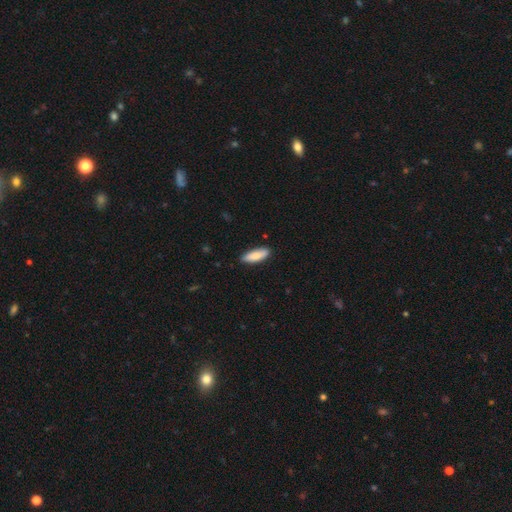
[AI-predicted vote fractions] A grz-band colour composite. It shows a smooth galaxy with no disk features (82%) that is in between round and cigar-shaped (61%). Merging: none (85%).